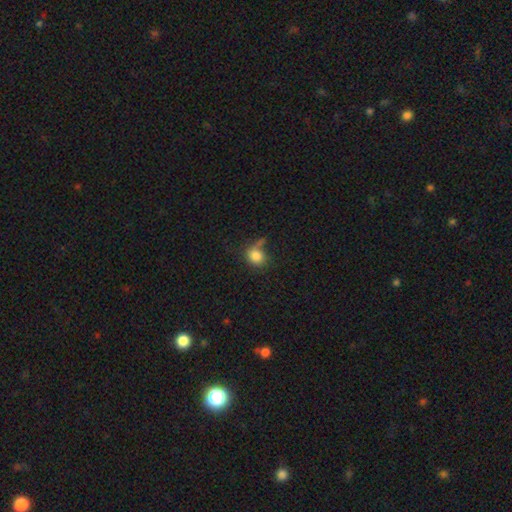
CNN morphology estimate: This is clearly a smooth galaxy (83%). How rounded: likely round (67%). Merging: possibly none (52%).